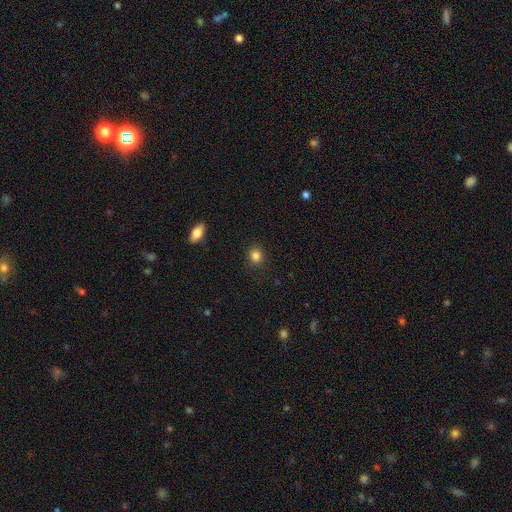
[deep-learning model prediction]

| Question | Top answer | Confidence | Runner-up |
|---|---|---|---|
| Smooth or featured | smooth | 85% | star or artifact (11%) |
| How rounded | round | 75% | in between (23%) |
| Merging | none | 87% | minor disturbance (9%) |